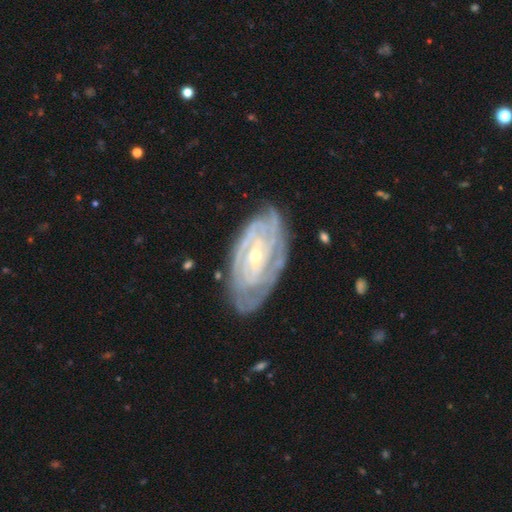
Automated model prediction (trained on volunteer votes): A featured or disk galaxy (89%) with no bar (47%), tight (78%) spiral arms (96%) and a small central bulge (66%). Merging: none (75%).